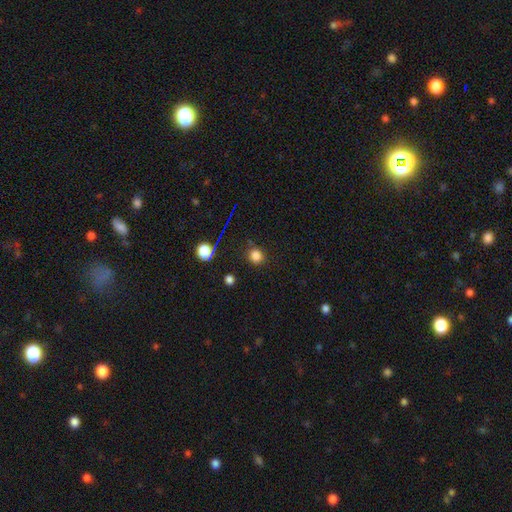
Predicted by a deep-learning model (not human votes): smooth 78%, star or artifact 17%, featured or disk 5%. Down the decision tree: how rounded — round (84%); merging — none (84%).